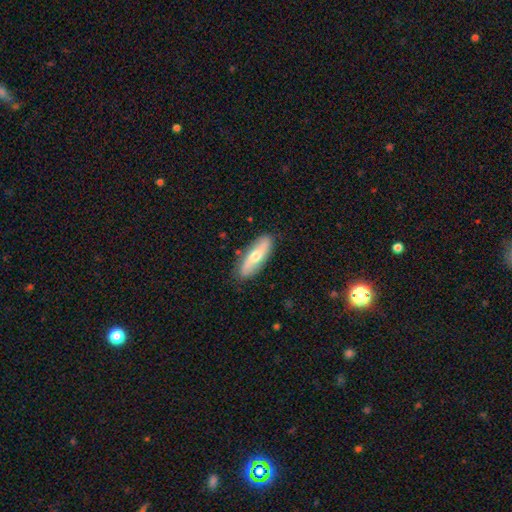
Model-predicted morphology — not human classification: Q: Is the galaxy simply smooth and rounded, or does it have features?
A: smooth — 51%.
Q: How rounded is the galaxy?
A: cigar-shaped — 49%.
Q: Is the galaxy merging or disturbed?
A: none — 84%.